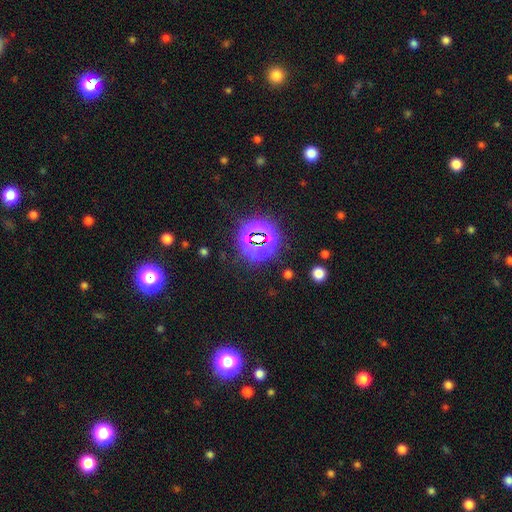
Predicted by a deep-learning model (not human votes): Smooth or featured: star or artifact — 82% (smooth — 11%)